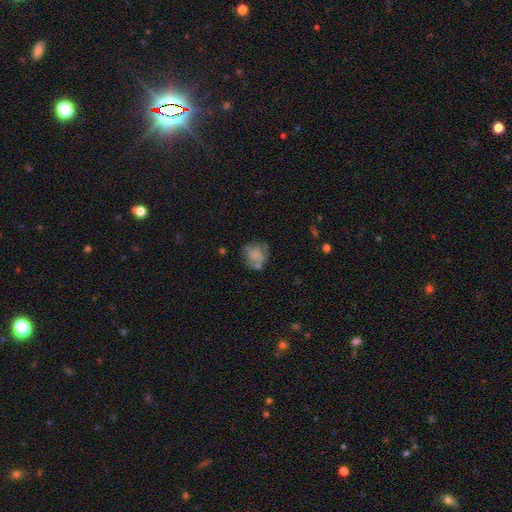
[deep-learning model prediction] Overall: smooth (61%; featured or disk 29%). How rounded: round (72%). Merging: none (51%; minor disturbance 25%).